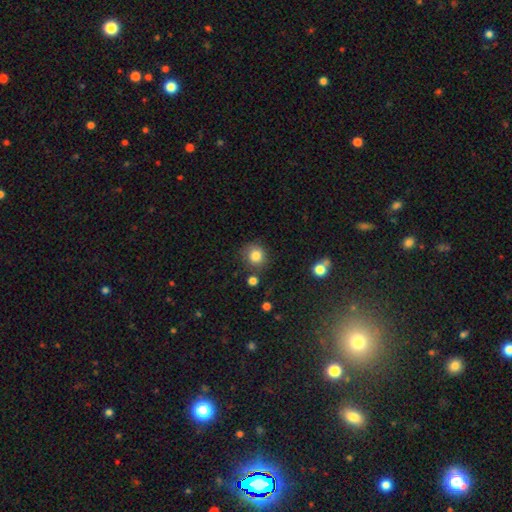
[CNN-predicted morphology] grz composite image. It shows a smooth galaxy with no disk features (83%) that is round (86%). Merging: none (77%).